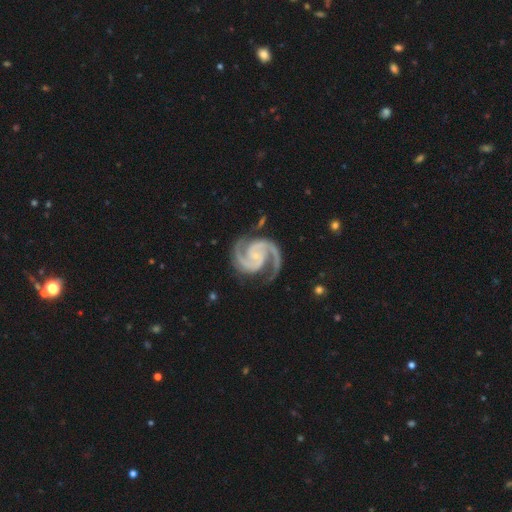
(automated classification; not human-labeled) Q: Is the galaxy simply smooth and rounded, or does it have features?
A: featured or disk — 95%.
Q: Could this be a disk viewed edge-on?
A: no — 99%.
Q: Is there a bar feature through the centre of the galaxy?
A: no — 59%.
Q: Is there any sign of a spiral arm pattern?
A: yes — 99%.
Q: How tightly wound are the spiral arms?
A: medium — 59%.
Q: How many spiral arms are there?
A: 2 — 91%.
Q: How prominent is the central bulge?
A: small — 74%.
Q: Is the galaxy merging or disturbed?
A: none — 79%.